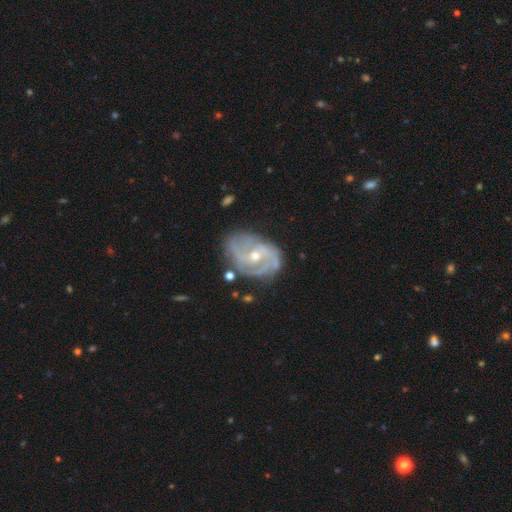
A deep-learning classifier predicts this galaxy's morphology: Smooth or featured: featured or disk — 89% (smooth — 6%)
Edge-on disk: no — 97% (yes — 3%)
Bar: no — 49% (weak — 39%)
Spiral arms: yes — 96% (no — 4%)
Spiral winding: medium — 45% (tight — 41%)
Spiral arm count: 2 — 45% (3 — 26%)
Bulge size: moderate — 56% (small — 41%)
Merging: none — 67% (minor disturbance — 22%)